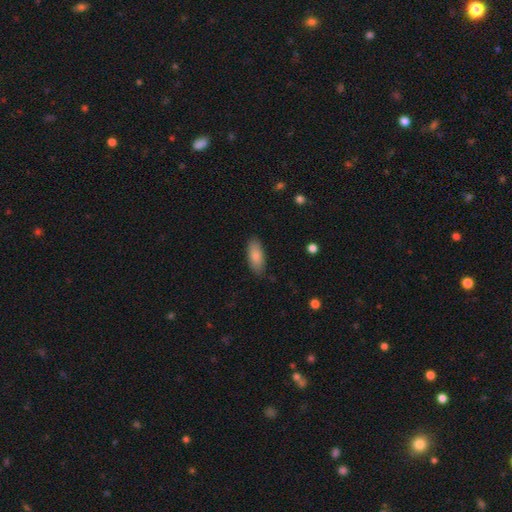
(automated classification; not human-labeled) Smooth or featured: smooth — 83% (featured or disk — 10%)
How rounded: in between — 84% (cigar-shaped — 14%)
Merging: none — 84% (minor disturbance — 12%)